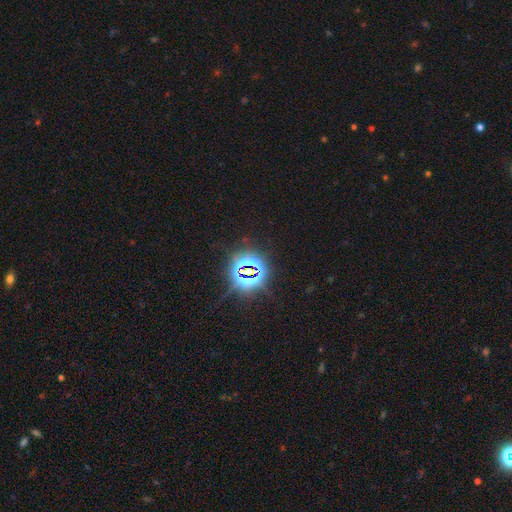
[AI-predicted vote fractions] Smooth or featured? Predicted: star or artifact (p=0.83).